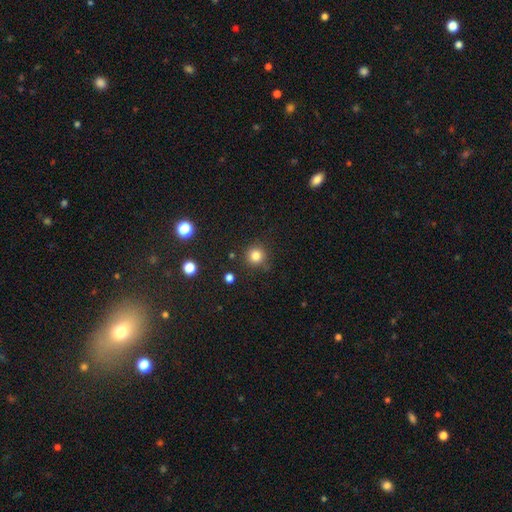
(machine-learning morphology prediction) type=smooth (82%); roundness=round (94%); merging=none (85%).